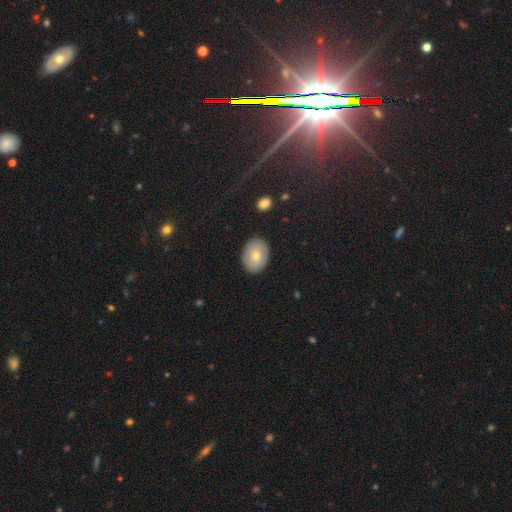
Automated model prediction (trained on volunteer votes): smooth_or_featured: smooth (p=0.71) [alt: featured or disk p=0.22]
how_rounded: in between (p=0.63) [alt: round p=0.36]
merging: none (p=0.86) [alt: minor disturbance p=0.10]